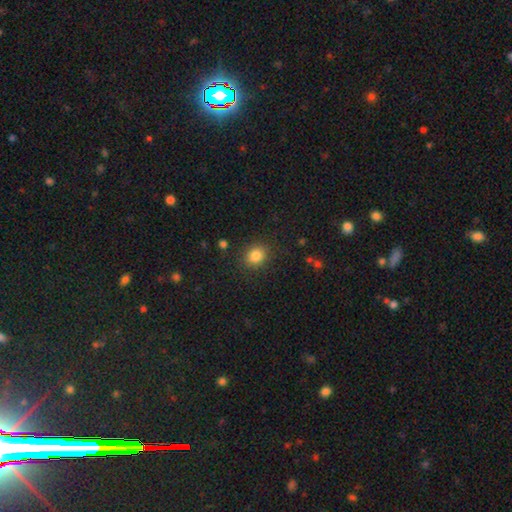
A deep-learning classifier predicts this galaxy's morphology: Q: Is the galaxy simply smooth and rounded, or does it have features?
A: smooth — 83%.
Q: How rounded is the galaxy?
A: round — 71%.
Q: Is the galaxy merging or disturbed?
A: none — 87%.